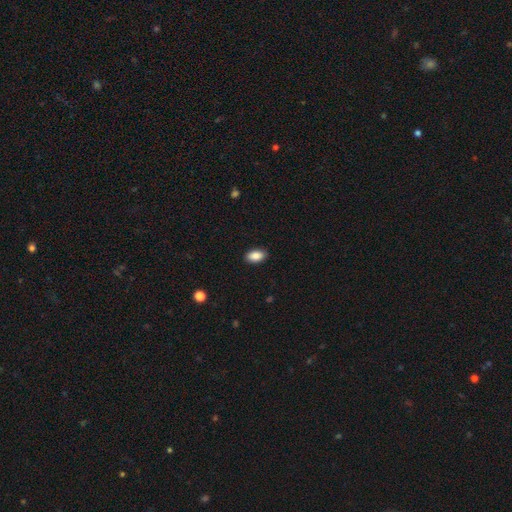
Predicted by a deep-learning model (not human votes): Smooth or featured? smooth (87%)
How rounded? in between (93%)
Merging? none (89%)